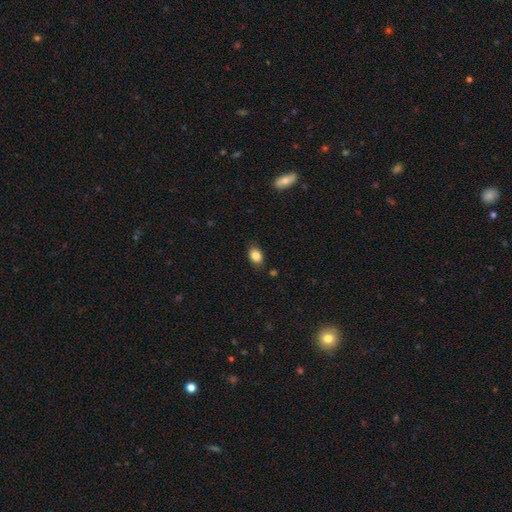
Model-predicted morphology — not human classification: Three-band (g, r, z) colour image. It shows a smooth galaxy with no disk features (86%) that is in between round and cigar-shaped (76%). Merging: none (82%).